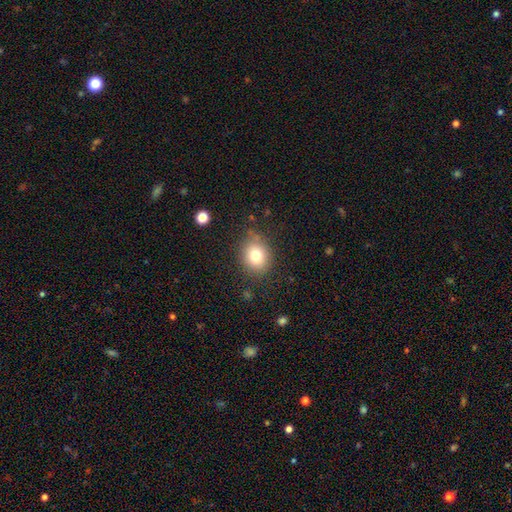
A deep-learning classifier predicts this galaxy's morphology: Smooth or featured: smooth — 77% (star or artifact — 12%)
How rounded: round — 64% (in between — 35%)
Merging: none — 78% (minor disturbance — 15%)